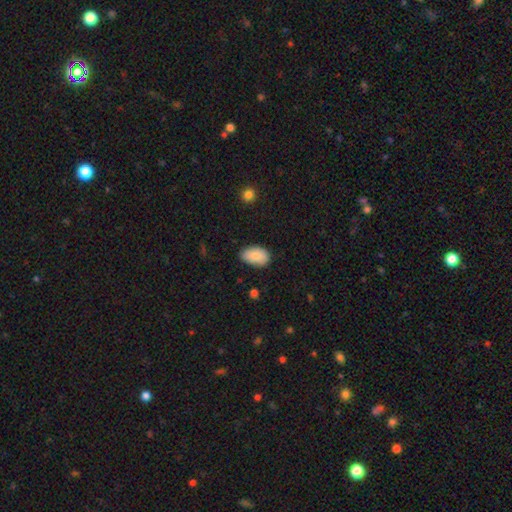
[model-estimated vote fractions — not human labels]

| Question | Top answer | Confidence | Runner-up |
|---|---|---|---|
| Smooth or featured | smooth | 84% | featured or disk (10%) |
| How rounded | in between | 92% | round (6%) |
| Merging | none | 77% | minor disturbance (19%) |